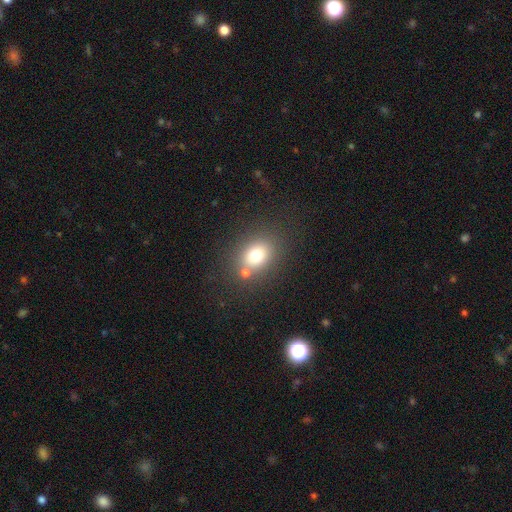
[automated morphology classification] A smooth galaxy with no disk features (75%) that is in between round and cigar-shaped (56%). Merging: none (69%).